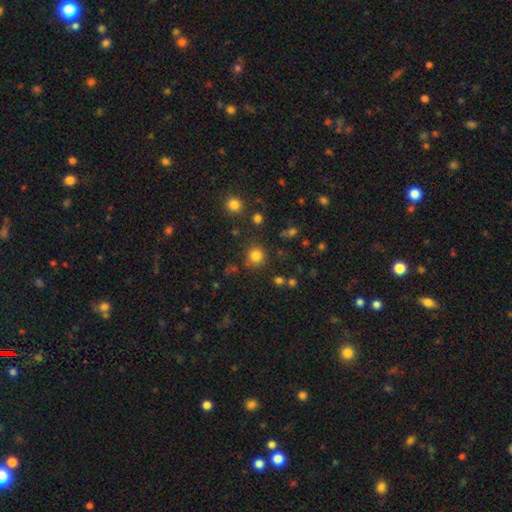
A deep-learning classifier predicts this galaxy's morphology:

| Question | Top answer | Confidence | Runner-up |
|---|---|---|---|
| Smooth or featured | smooth | 81% | star or artifact (14%) |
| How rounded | round | 92% | in between (7%) |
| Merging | none | 84% | minor disturbance (8%) |